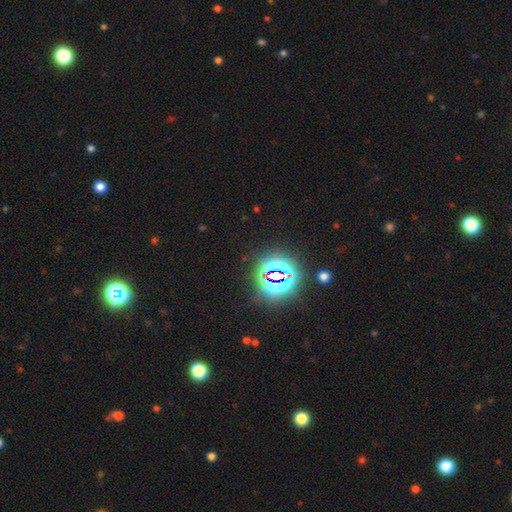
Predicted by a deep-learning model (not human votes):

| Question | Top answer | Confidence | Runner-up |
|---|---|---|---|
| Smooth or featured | star or artifact | 83% | smooth (11%) |